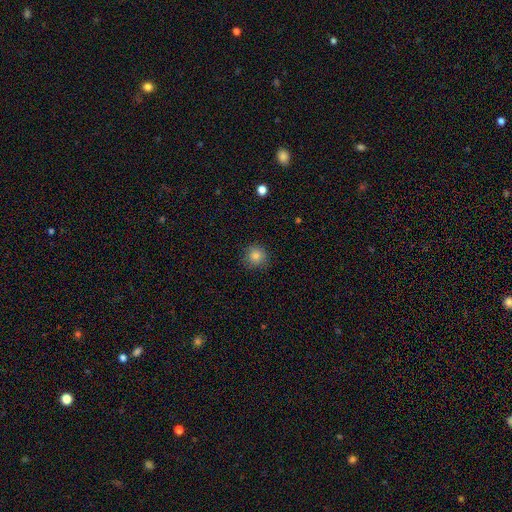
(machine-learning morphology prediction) This is clearly a smooth galaxy (82%). How rounded: clearly round (93%). Merging: clearly none (88%).